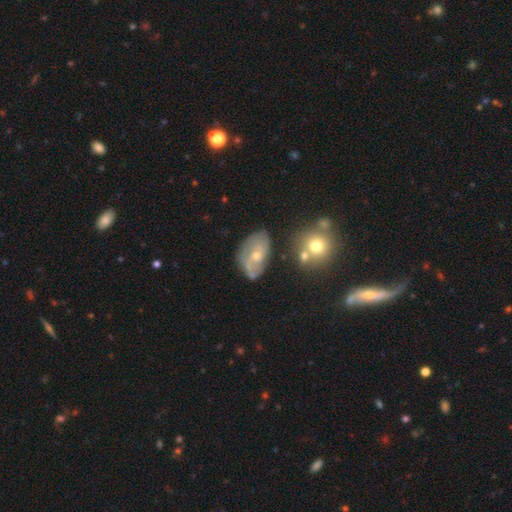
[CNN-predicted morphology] featured or disk 66%, smooth 26%, star or artifact 8%. Down the decision tree: edge-on disk — no (95%); bar — no (69%); spiral arms — yes (78%); bulge size — small (57%); merging — none (51%).